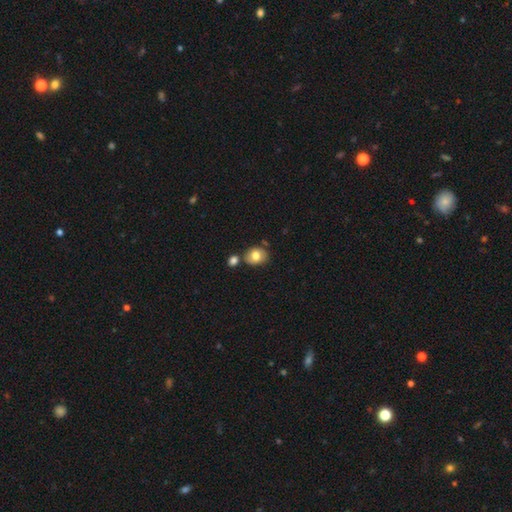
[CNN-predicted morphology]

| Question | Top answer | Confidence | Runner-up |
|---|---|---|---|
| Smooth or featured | smooth | 79% | featured or disk (13%) |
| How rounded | round | 56% | in between (43%) |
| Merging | none | 66% | merger (16%) |